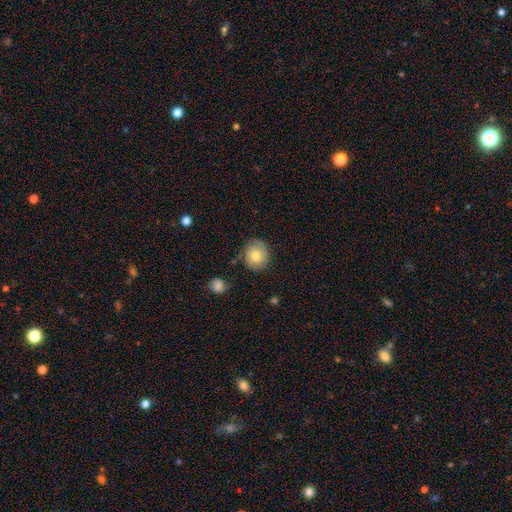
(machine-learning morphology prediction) Smooth or featured?
  - smooth: 66% *
  - featured or disk: 25%
  - star or artifact: 8%
How rounded?
  - round: 83% *
  - in between: 16%
  - cigar-shaped: 1%
Merging?
  - none: 79% *
  - minor disturbance: 15%
  - major disturbance: 4%
  - merger: 2%